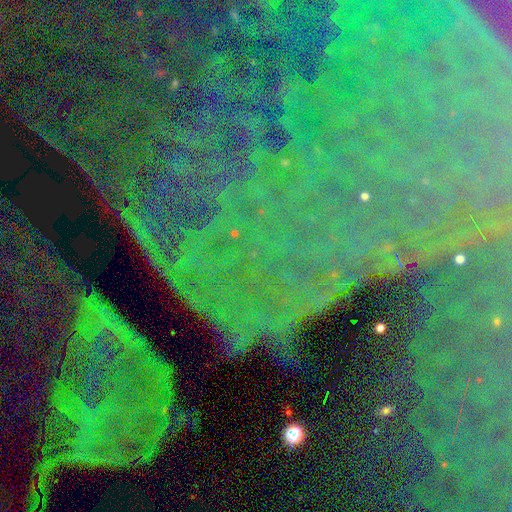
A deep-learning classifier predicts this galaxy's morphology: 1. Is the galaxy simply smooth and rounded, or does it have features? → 84% star or artifact, 9% featured or disk, 7% smooth.